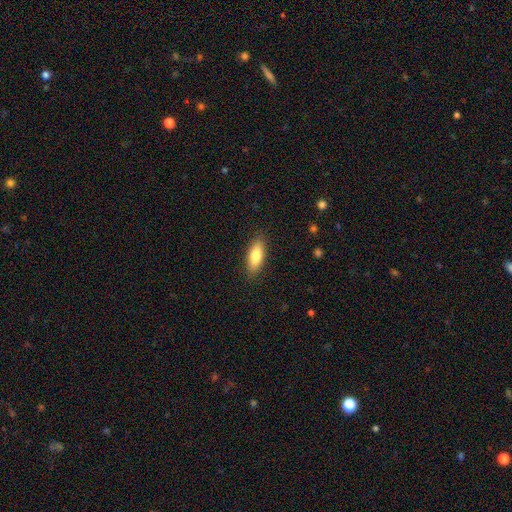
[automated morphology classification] type=smooth (80%); roundness=in between (74%); merging=none (88%).